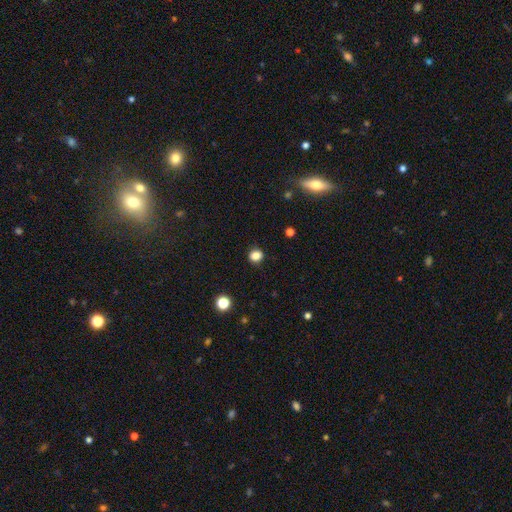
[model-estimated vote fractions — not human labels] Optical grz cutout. It shows a smooth galaxy with no disk features (84%) that is round (69%). Merging: none (87%).